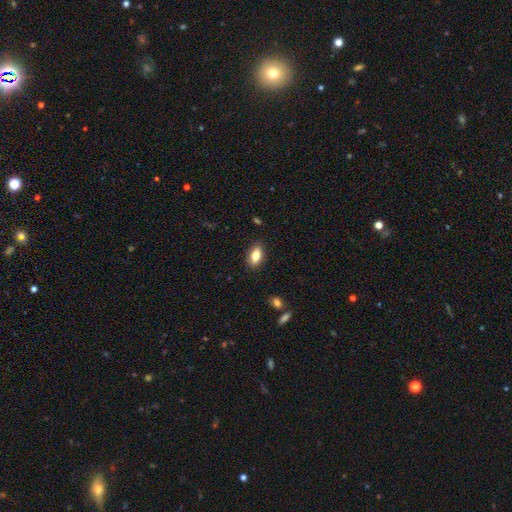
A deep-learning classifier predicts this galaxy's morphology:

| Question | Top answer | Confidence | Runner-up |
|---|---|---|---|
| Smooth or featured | smooth | 80% | featured or disk (12%) |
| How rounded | in between | 86% | cigar-shaped (9%) |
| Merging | none | 87% | minor disturbance (10%) |